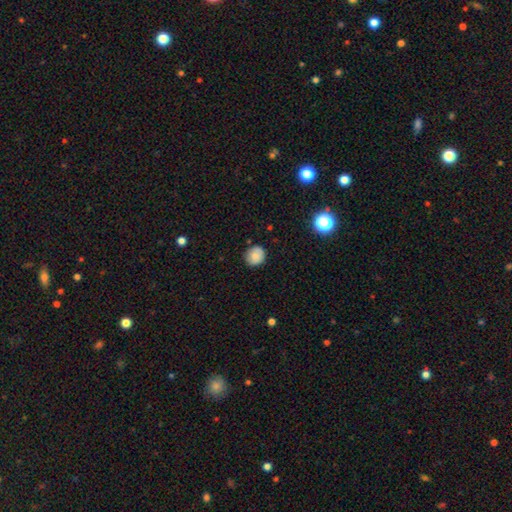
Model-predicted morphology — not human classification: This appears to be a smooth galaxy with no disk features (80%) that is round (84%). Merging: none (84%).